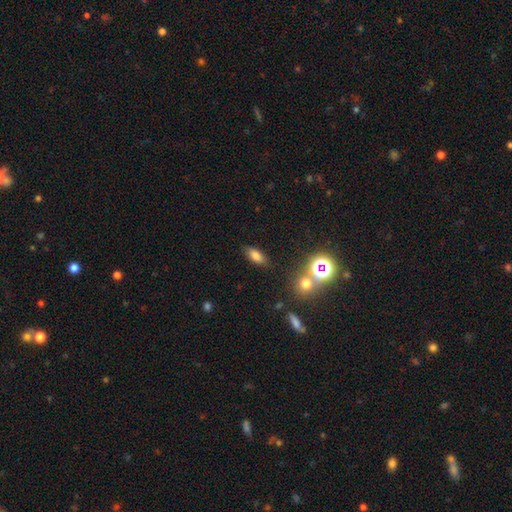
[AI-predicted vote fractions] smooth 75%, star or artifact 15%, featured or disk 10%. Down the decision tree: how rounded — in between (77%); merging — none (82%).